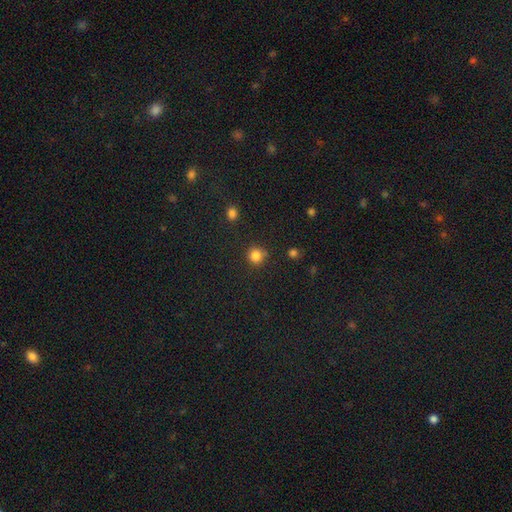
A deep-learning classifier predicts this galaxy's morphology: Overall: smooth (83%). How rounded: round (92%). Merging: none (82%).